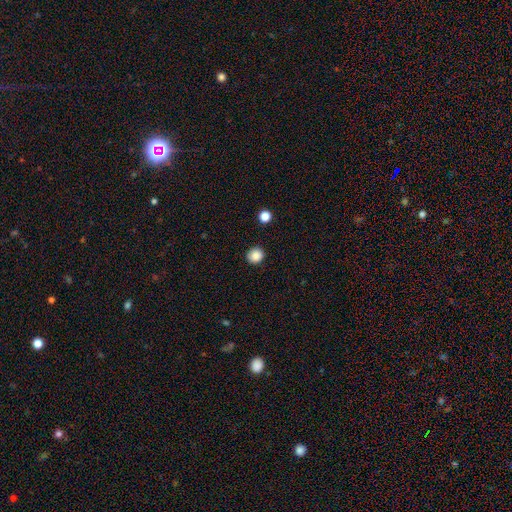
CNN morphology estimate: A smooth galaxy with no disk features (86%) that is round (90%). Merging: none (90%).